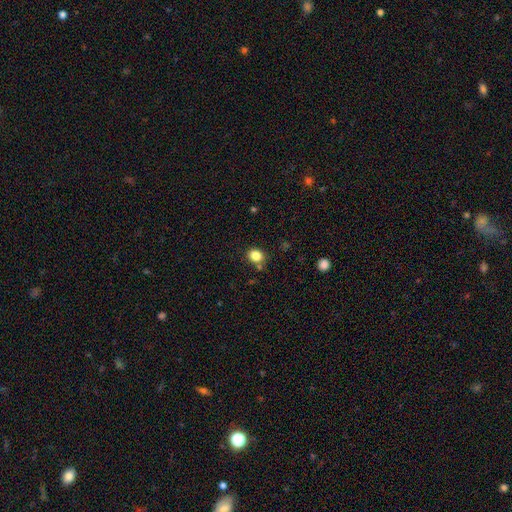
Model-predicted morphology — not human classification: smooth 84%, star or artifact 11%, featured or disk 5%. Down the decision tree: how rounded — round (66%); merging — none (79%).